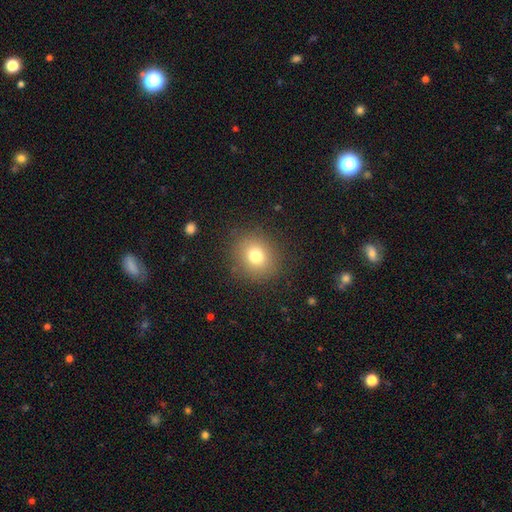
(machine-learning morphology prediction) A smooth galaxy with no disk features (76%) that is round (78%). Merging: none (87%).